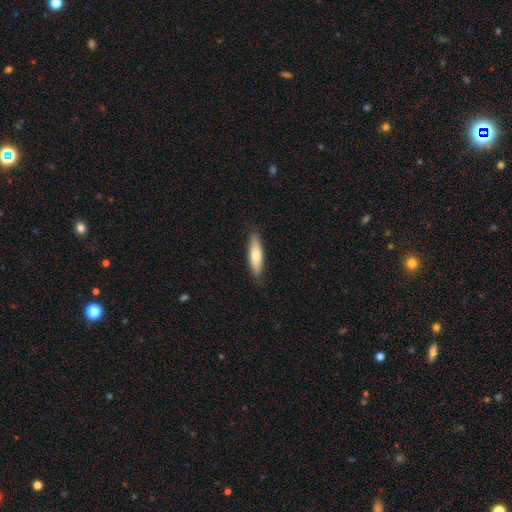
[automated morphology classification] Q: Smooth or featured?
A: smooth (71%); runner-up: featured or disk (24%)
Q: How rounded?
A: cigar-shaped (61%); runner-up: in between (37%)
Q: Merging?
A: none (85%); runner-up: minor disturbance (12%)